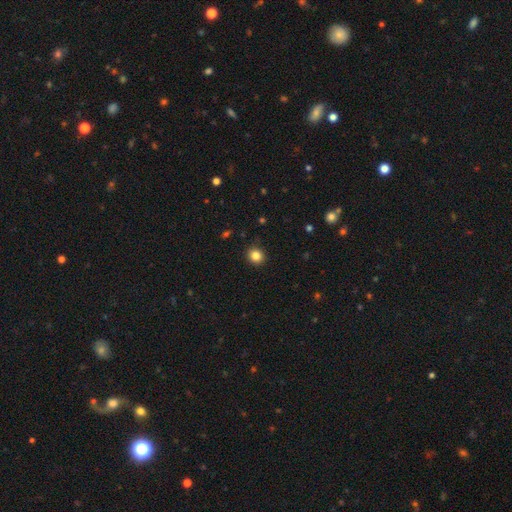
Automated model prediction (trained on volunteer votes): This appears to be a smooth galaxy with no disk features (84%) that is round (84%). Merging: none (91%).